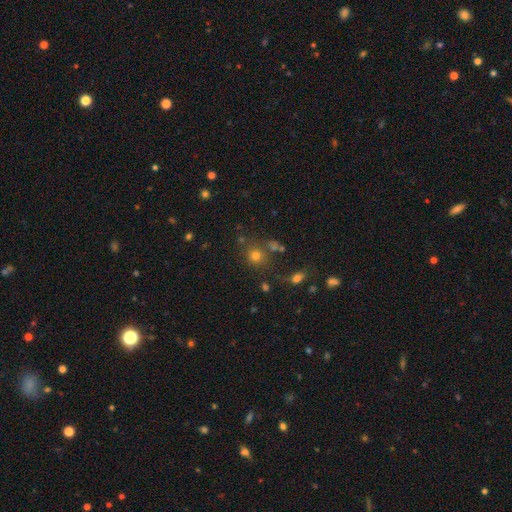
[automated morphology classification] This appears to be a smooth galaxy with no disk features (74%) that is round (88%). Merging: none (71%).